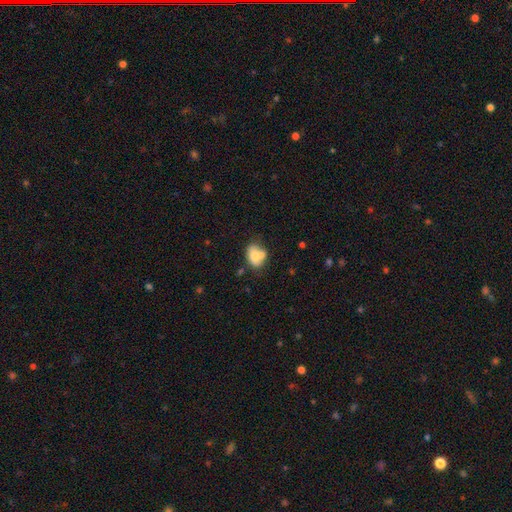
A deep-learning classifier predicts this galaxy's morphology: Smooth or featured?
  - smooth: 69% *
  - featured or disk: 22%
  - star or artifact: 9%
How rounded?
  - in between: 71% *
  - round: 28%
  - cigar-shaped: 1%
Merging?
  - none: 42% *
  - merger: 31%
  - minor disturbance: 20%
  - major disturbance: 7%